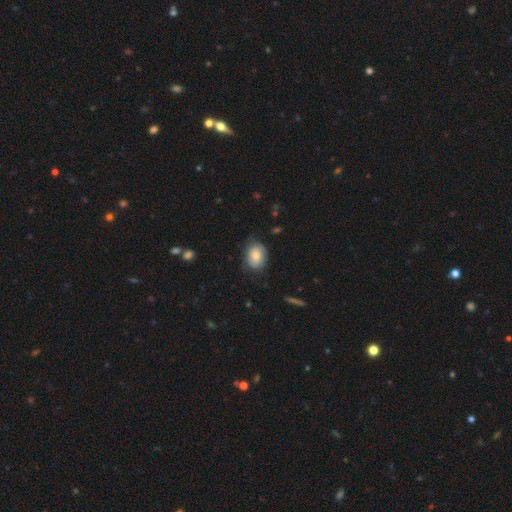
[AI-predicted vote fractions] smooth 77%, featured or disk 15%, star or artifact 8%. Down the decision tree: how rounded — in between (71%); merging — none (73%).